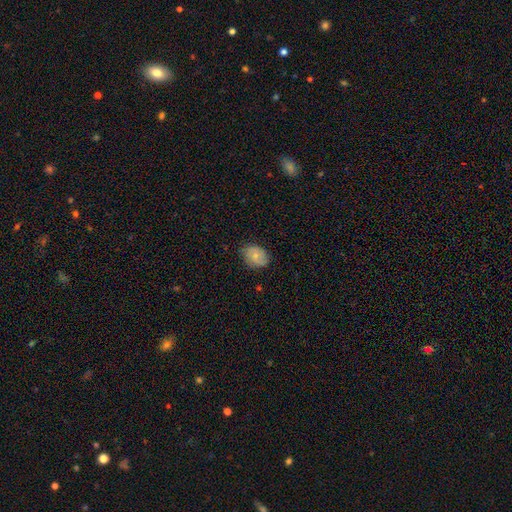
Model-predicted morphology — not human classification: Smooth or featured?
  - smooth: 70% *
  - featured or disk: 23%
  - star or artifact: 7%
How rounded?
  - in between: 61% *
  - round: 38%
  - cigar-shaped: 1%
Merging?
  - none: 74% *
  - minor disturbance: 21%
  - major disturbance: 4%
  - merger: 1%